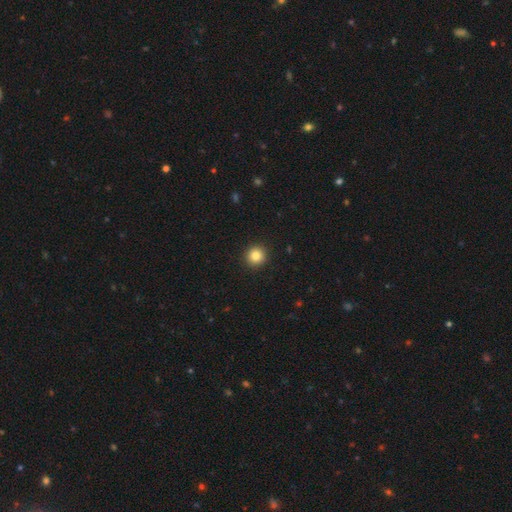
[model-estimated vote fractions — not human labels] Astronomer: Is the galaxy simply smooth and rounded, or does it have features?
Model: smooth — 84%.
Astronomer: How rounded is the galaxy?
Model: round — 94%.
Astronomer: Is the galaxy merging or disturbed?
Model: none — 93%.